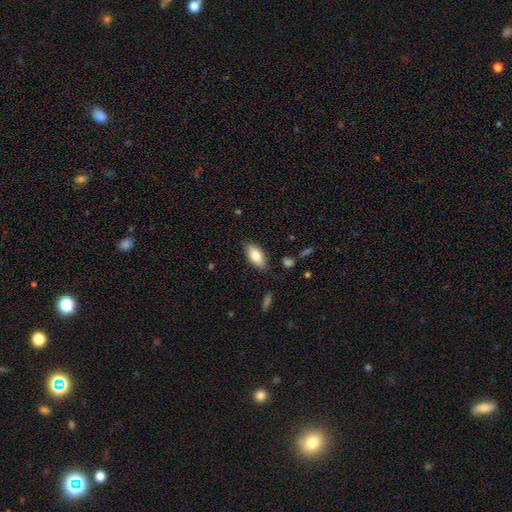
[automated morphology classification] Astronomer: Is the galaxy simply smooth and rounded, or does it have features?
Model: smooth — 79%.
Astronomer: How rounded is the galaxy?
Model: in between — 89%.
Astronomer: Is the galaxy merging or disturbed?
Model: none — 82%.